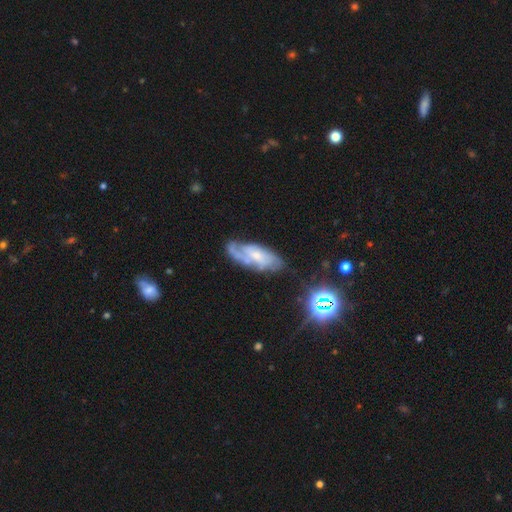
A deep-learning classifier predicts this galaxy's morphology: The model was most divided on "spiral arm count": can't tell: 36%, 2: 32%, 1: 17%, 3: 10%, 4: 3%, more than 4: 2%. Remaining: edge-on disk — no (91%); spiral arms — yes (88%); smooth or featured — featured or disk (72%); bar — no (60%); bulge size — small (58%); merging — none (57%); spiral winding — tight (48%).